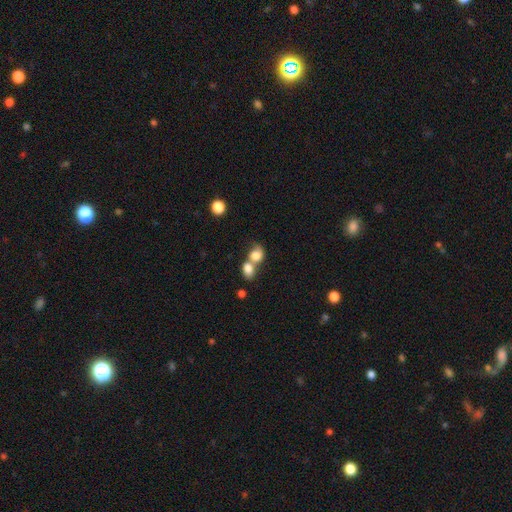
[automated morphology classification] Smooth or featured? Predicted: smooth (p=0.78). How rounded? Predicted: round (p=0.50). Merging? Predicted: merger (p=0.72).